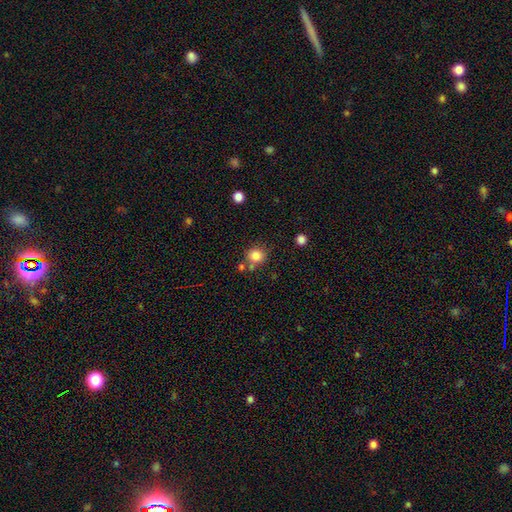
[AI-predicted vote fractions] A smooth galaxy with no disk features (83%) that is round (86%). Merging: none (69%).